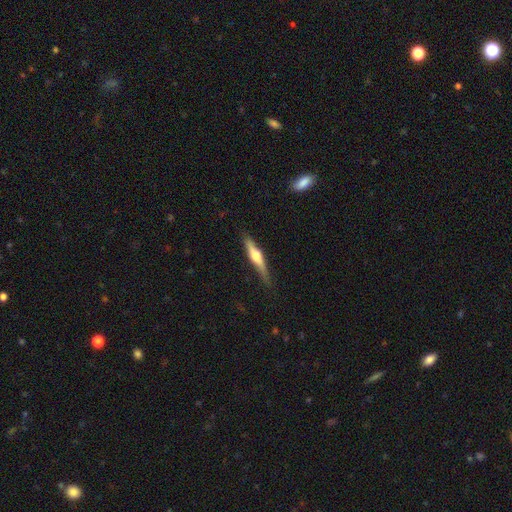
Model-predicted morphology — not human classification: This is possibly a featured or disk galaxy (56%). It is clearly viewed edge-on (95%). Edge-on bulge: clearly rounded (87%). Merging: likely none (78%).